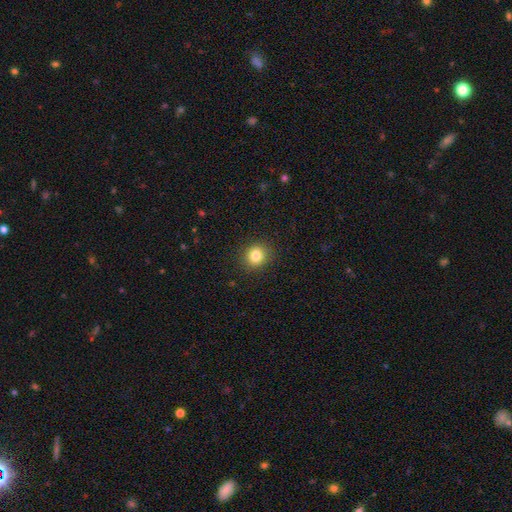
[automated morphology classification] Smooth or featured: smooth — 82% (star or artifact — 12%)
How rounded: round — 86% (in between — 13%)
Merging: none — 90% (minor disturbance — 6%)